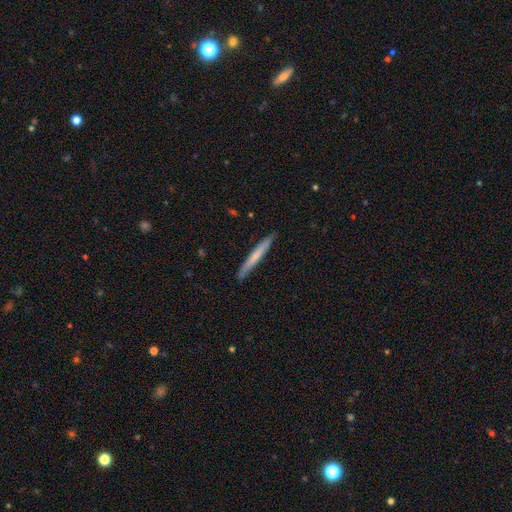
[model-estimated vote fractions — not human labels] A smooth galaxy with no disk features (60%) that is cigar-shaped (97%). Merging: none (89%).